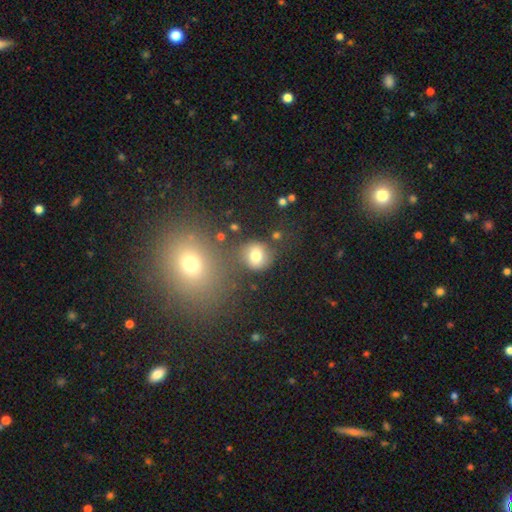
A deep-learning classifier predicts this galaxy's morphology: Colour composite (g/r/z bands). It shows a smooth galaxy with no disk features (75%) that is round (76%). Merging: none (68%).